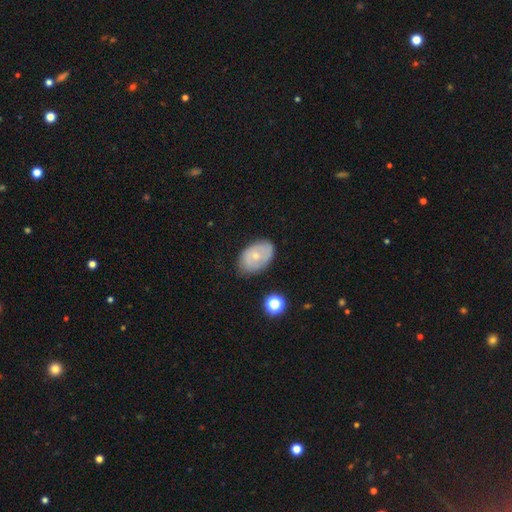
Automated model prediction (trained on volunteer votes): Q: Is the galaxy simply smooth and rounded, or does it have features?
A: smooth — 51%.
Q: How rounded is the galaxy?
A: in between — 84%.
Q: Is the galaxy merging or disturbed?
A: none — 72%.